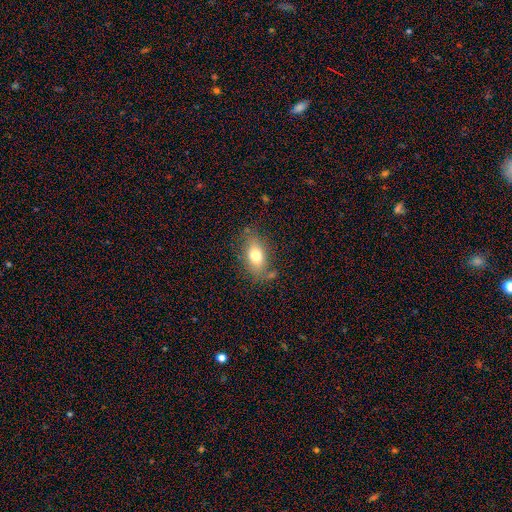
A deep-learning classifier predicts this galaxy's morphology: smooth 74%, featured or disk 18%, star or artifact 9%. Down the decision tree: how rounded — in between (86%); merging — none (71%).